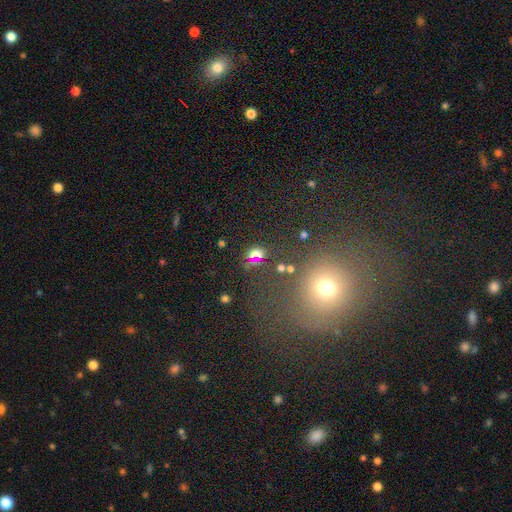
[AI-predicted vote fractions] This appears to be a smooth galaxy with no disk features (60%) that is in between round and cigar-shaped (59%). Merging: none (64%).